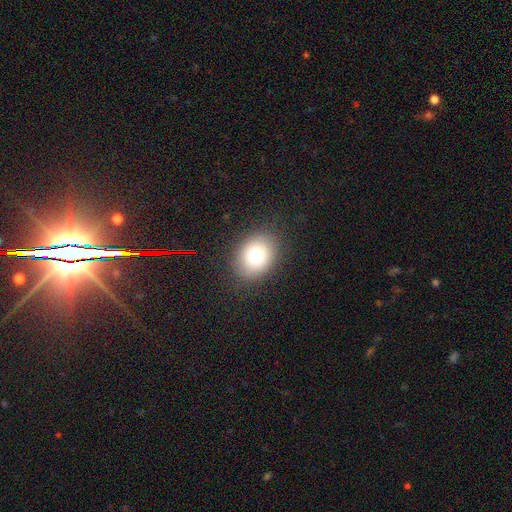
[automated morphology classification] The model was most divided on "how rounded": in between: 54%, round: 45%, cigar-shaped: 1%. More confident: merging — none (85%); smooth or featured — smooth (74%).